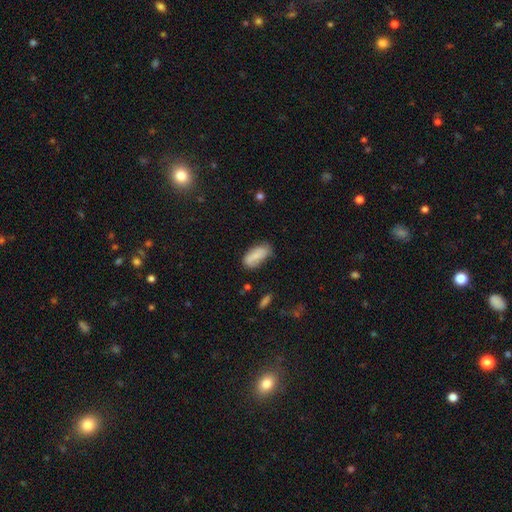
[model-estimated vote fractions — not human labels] Smooth or featured? Predicted: smooth (p=0.76). How rounded? Predicted: in between (p=0.89). Merging? Predicted: none (p=0.58).